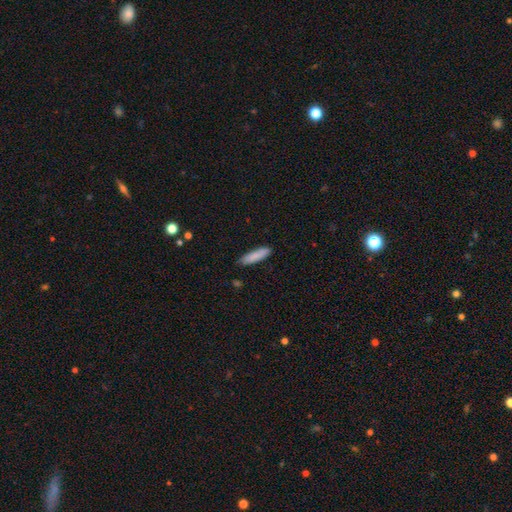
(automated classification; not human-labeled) Q: Smooth or featured?
A: smooth (87%); runner-up: featured or disk (7%)
Q: How rounded?
A: cigar-shaped (70%); runner-up: in between (29%)
Q: Merging?
A: none (85%); runner-up: minor disturbance (12%)